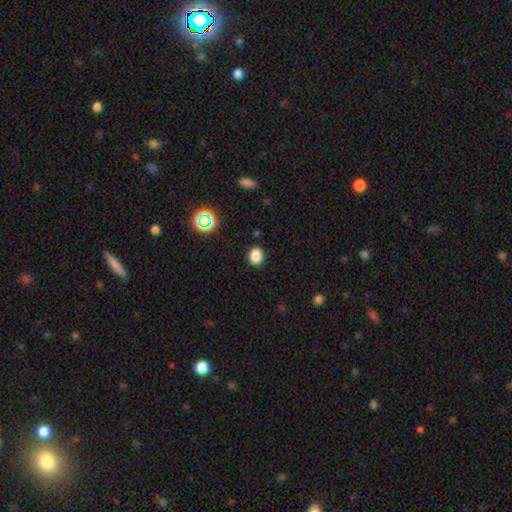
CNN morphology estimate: Overall: smooth (83%). How rounded: round (61%; in between 38%). Merging: none (88%).